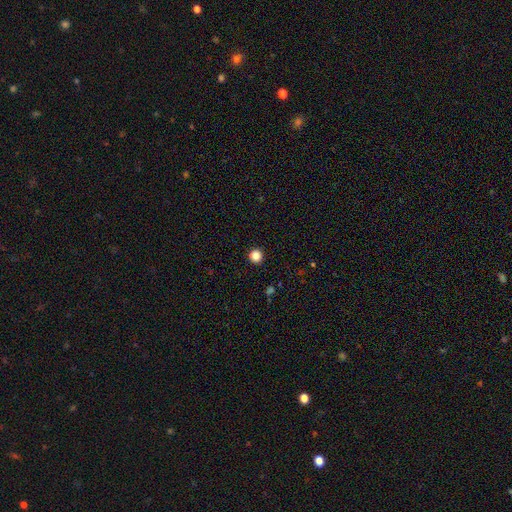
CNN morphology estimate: The model was most divided on "smooth or featured": smooth: 85%, star or artifact: 12%, featured or disk: 4%. More confident: how rounded — round (95%); merging — none (93%).